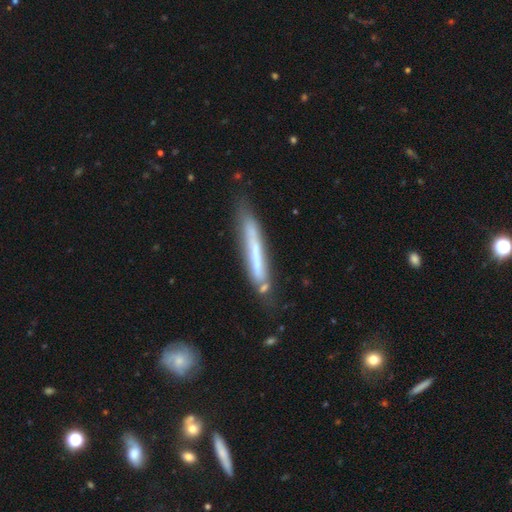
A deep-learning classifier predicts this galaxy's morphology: Q: Smooth or featured?
A: featured or disk (50%); runner-up: smooth (42%)
Q: Edge-on disk?
A: yes (81%); runner-up: no (19%)
Q: Merging?
A: none (62%); runner-up: minor disturbance (24%)